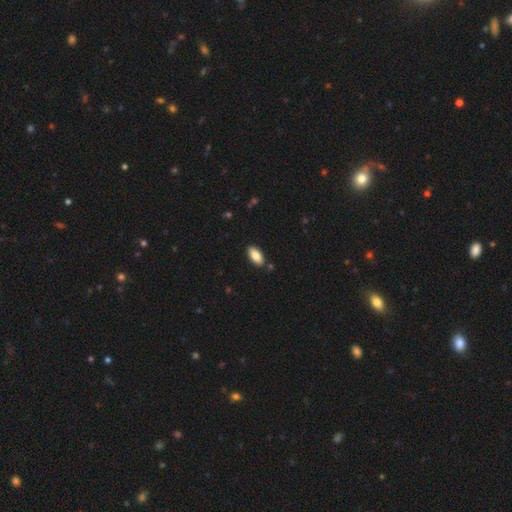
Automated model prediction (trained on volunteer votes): Smooth or featured? Predicted: smooth (p=0.85). How rounded? Predicted: in between (p=0.91). Merging? Predicted: none (p=0.86).